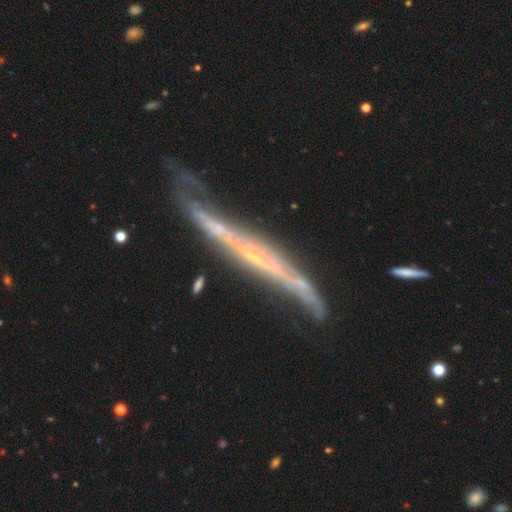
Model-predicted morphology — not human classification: smooth_or_featured: featured or disk (p=0.82) [alt: smooth p=0.12]
disk_edge_on: yes (p=0.85) [alt: no p=0.15]
edge_on_bulge: none (p=0.60) [alt: rounded p=0.32]
merging: none (p=0.53) [alt: minor disturbance p=0.29]